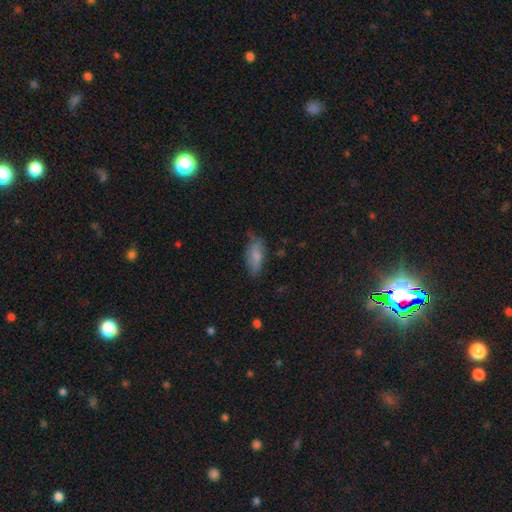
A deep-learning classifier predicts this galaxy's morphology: smooth 72%, featured or disk 20%, star or artifact 8%. Down the decision tree: how rounded — in between (82%); merging — none (59%).